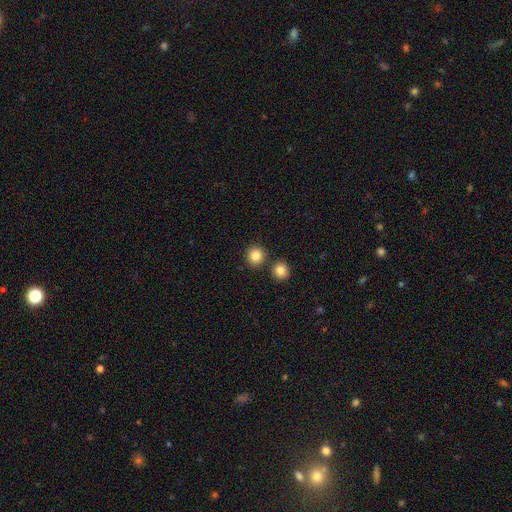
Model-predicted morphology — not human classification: Smooth or featured: smooth — 84% (star or artifact — 11%)
How rounded: round — 90% (in between — 9%)
Merging: none — 82% (merger — 10%)